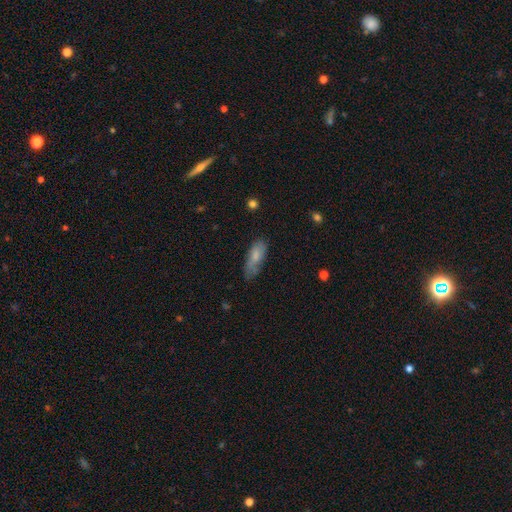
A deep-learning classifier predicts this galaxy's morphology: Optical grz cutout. It shows a smooth galaxy with no disk features (73%) that is in between round and cigar-shaped (68%). Merging: none (50%).